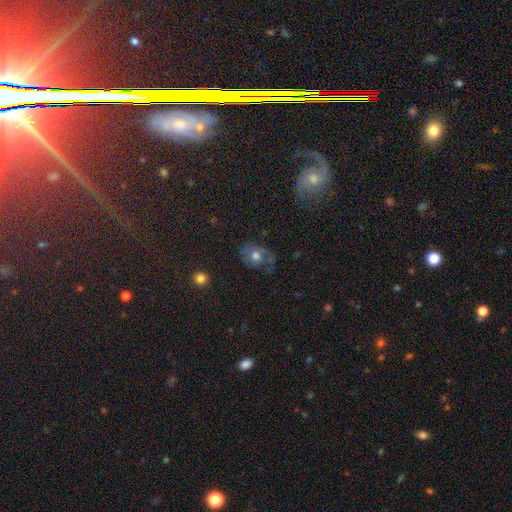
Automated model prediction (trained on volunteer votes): This is possibly a smooth galaxy (49%). Merging: possibly none (58%).